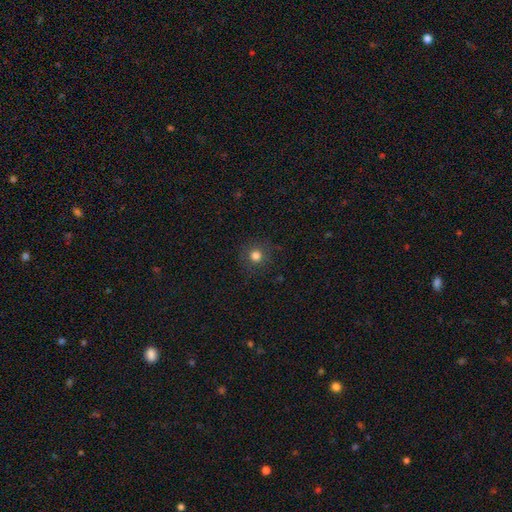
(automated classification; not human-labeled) smooth_or_featured: smooth (p=0.79) [alt: star or artifact p=0.15]
how_rounded: round (p=0.93) [alt: in between p=0.06]
merging: none (p=0.88) [alt: minor disturbance p=0.08]